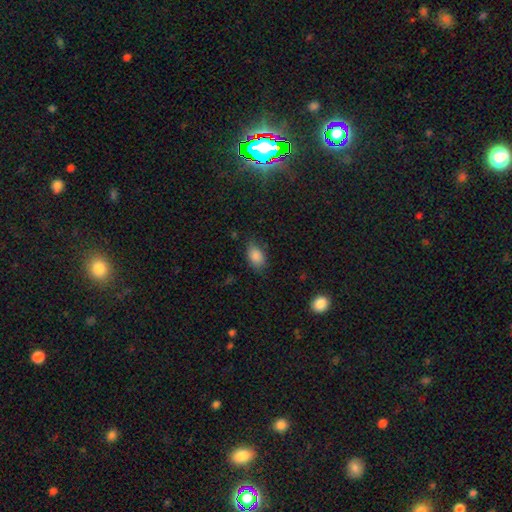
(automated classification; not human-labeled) A smooth galaxy with no disk features (86%) that is in between round and cigar-shaped (86%).

Vote fractions:
- Smooth or featured? smooth: 86% / star or artifact: 9% / featured or disk: 5%
- How rounded? in between: 86% / round: 12% / cigar-shaped: 2%
- Merging? none: 71% / minor disturbance: 23% / major disturbance: 5% / merger: 1%